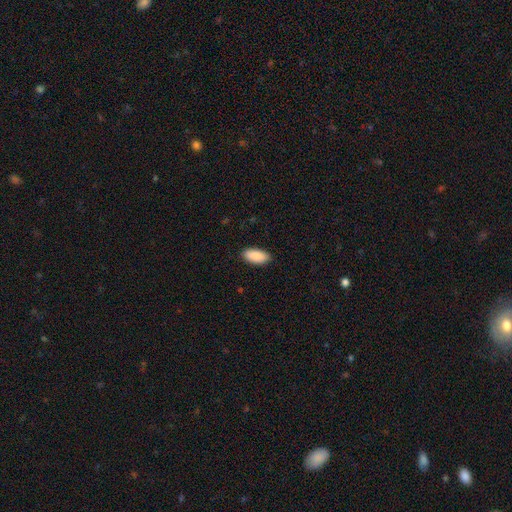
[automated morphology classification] Overall: smooth (90%). How rounded: in between (92%). Merging: none (89%).